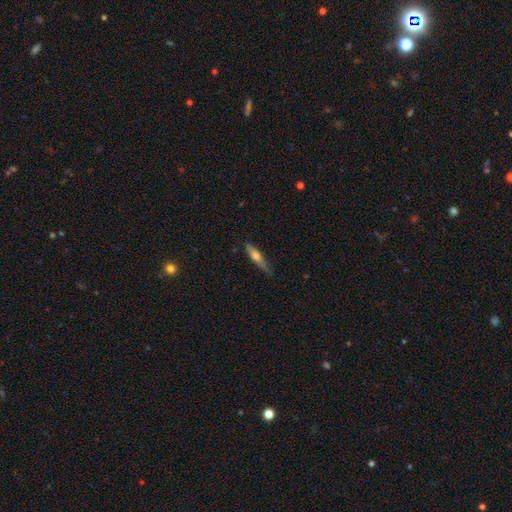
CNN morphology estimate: The model was most divided on "smooth or featured": smooth: 56%, featured or disk: 37%, star or artifact: 6%. More confident: how rounded — cigar-shaped (78%); merging — none (68%).